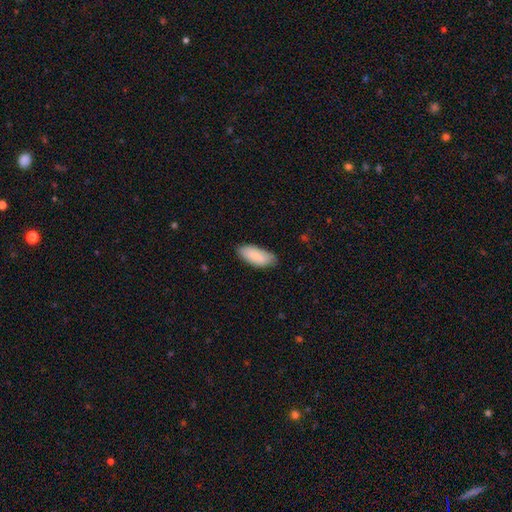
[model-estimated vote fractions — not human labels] Smooth or featured? smooth (85%)
How rounded? in between (87%)
Merging? none (79%)